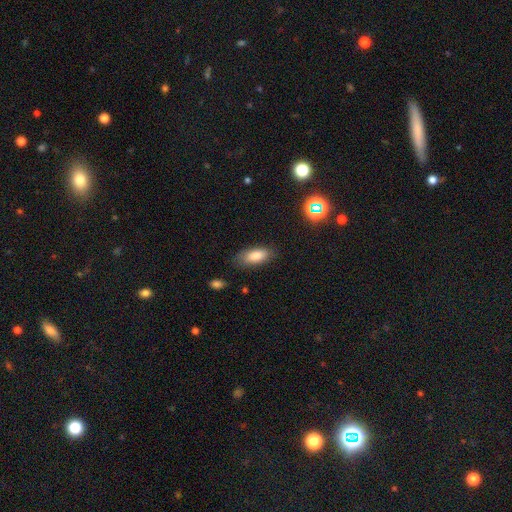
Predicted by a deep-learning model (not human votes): This is clearly a smooth galaxy (83%). How rounded: clearly in between (85%). Merging: likely none (78%).